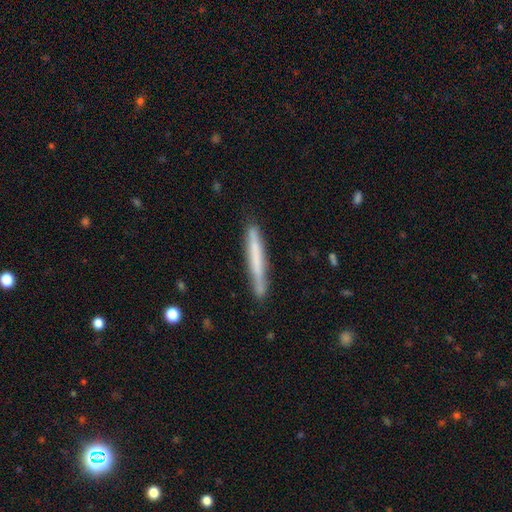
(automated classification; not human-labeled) Smooth or featured?
  - smooth: 58% *
  - featured or disk: 36%
  - star or artifact: 6%
How rounded?
  - cigar-shaped: 96% *
  - in between: 3%
  - round: 1%
Merging?
  - none: 81% *
  - minor disturbance: 14%
  - major disturbance: 2%
  - merger: 2%